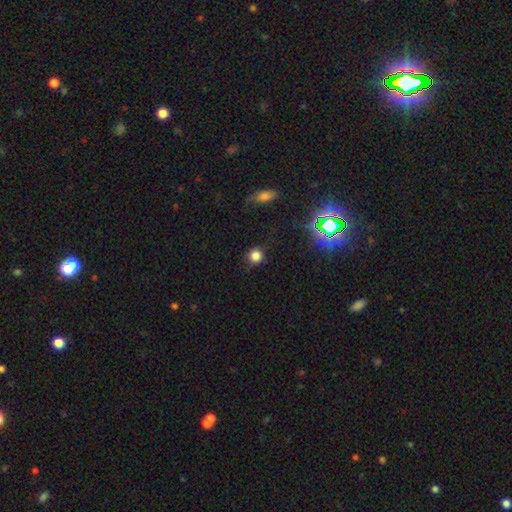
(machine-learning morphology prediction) smooth_or_featured: smooth (p=0.78) [alt: star or artifact p=0.17]
how_rounded: round (p=0.90) [alt: in between p=0.09]
merging: none (p=0.84) [alt: minor disturbance p=0.11]